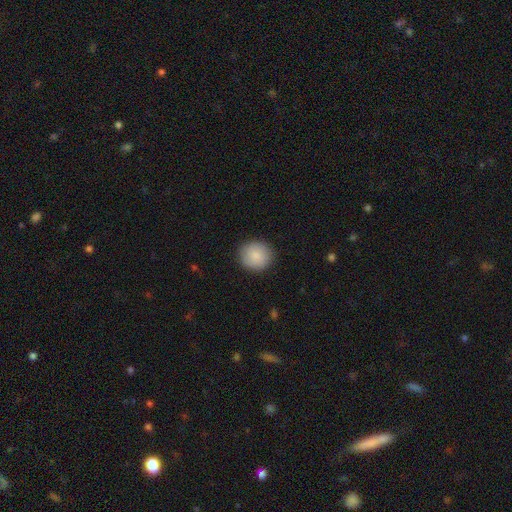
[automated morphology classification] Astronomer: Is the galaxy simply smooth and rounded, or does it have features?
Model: smooth — 86%.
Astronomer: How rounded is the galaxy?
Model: round — 89%.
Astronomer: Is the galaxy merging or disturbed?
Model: none — 89%.